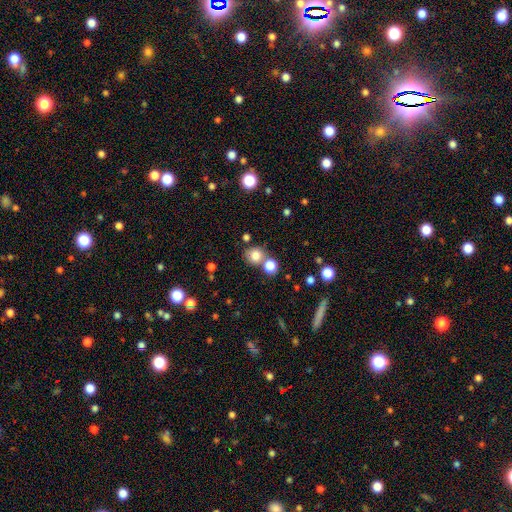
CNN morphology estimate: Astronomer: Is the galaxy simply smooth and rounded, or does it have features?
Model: smooth — 80%.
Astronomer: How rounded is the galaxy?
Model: round — 83%.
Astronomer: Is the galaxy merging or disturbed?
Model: none — 64%.